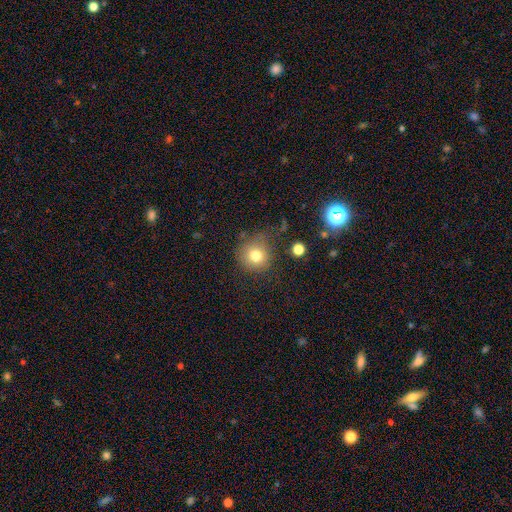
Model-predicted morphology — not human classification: This appears to be a smooth galaxy with no disk features (78%) that is round (92%). Merging: none (70%).